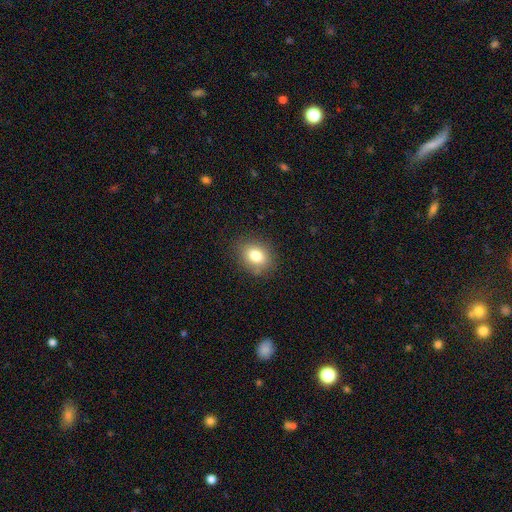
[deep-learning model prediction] Smooth or featured: smooth — 81% (star or artifact — 11%)
How rounded: in between — 57% (round — 42%)
Merging: none — 84% (minor disturbance — 12%)